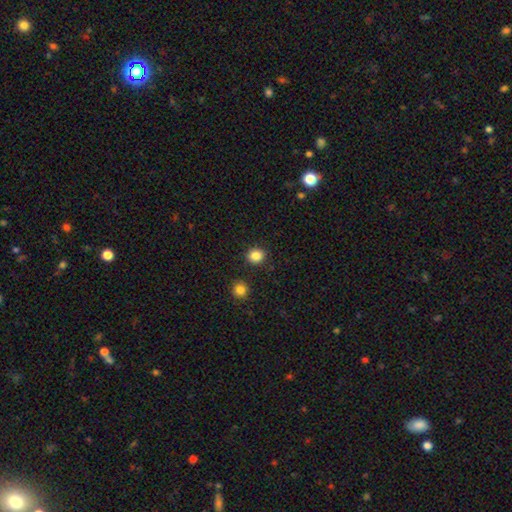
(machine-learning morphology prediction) Smooth or featured? Predicted: smooth (p=0.85). How rounded? Predicted: round (p=0.80). Merging? Predicted: none (p=0.90).